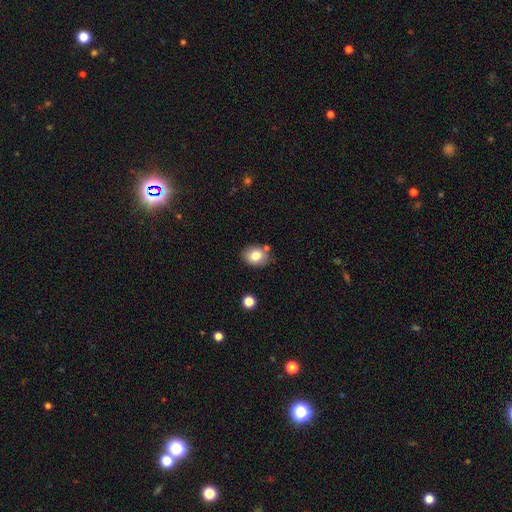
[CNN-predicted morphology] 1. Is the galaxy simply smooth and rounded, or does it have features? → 80% smooth, 11% featured or disk, 9% star or artifact.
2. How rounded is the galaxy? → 52% in between, 48% round, 1% cigar-shaped.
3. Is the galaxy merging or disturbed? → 77% none, 13% minor disturbance, 7% merger, 3% major disturbance.